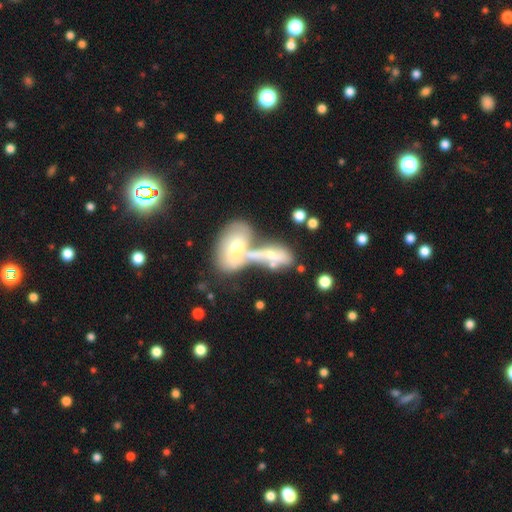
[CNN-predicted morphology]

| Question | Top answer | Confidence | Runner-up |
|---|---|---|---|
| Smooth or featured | featured or disk | 45% | smooth (41%) |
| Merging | merger | 60% | none (27%) |